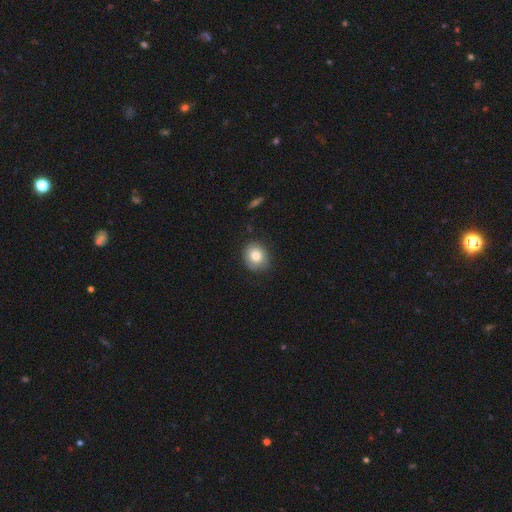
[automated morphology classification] smooth 80%, featured or disk 11%, star or artifact 9%. Down the decision tree: how rounded — round (73%); merging — none (82%).